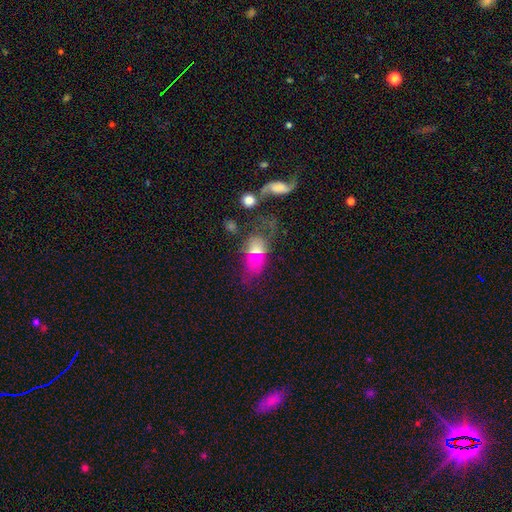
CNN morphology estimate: smooth_or_featured: smooth (p=0.59) [alt: featured or disk p=0.25]
how_rounded: in between (p=0.83) [alt: round p=0.10]
merging: none (p=0.44) [alt: merger p=0.20]